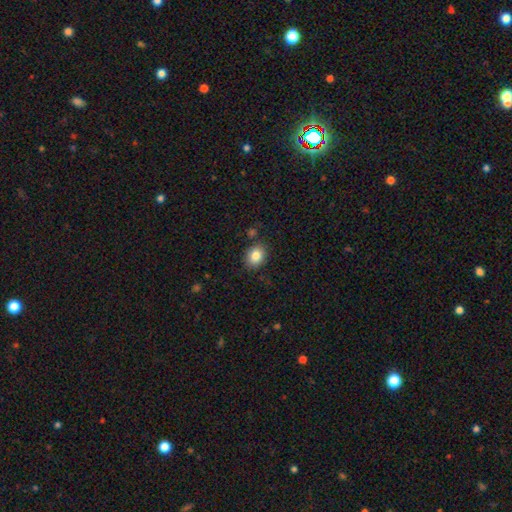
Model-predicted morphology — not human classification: smooth_or_featured: smooth (p=0.84) [alt: star or artifact p=0.09]
how_rounded: round (p=0.55) [alt: in between p=0.44]
merging: none (p=0.82) [alt: minor disturbance p=0.12]